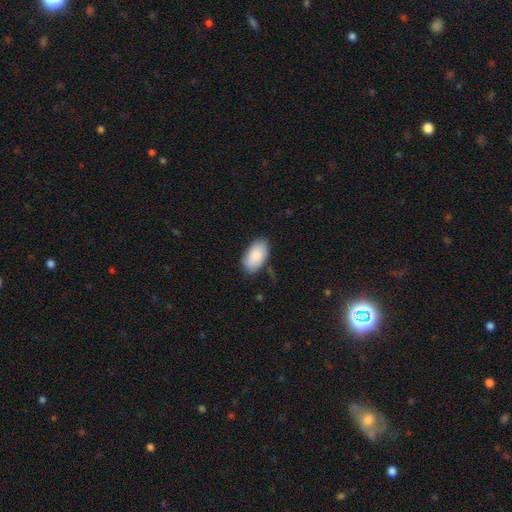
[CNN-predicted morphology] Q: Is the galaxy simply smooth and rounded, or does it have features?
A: smooth — 86%.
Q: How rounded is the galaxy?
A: in between — 95%.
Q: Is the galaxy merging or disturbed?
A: none — 76%.